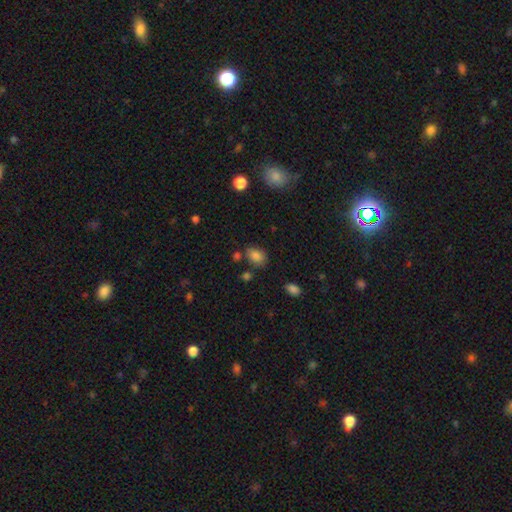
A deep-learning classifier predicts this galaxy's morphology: Smooth or featured? smooth (83%)
How rounded? in between (75%)
Merging? none (72%)